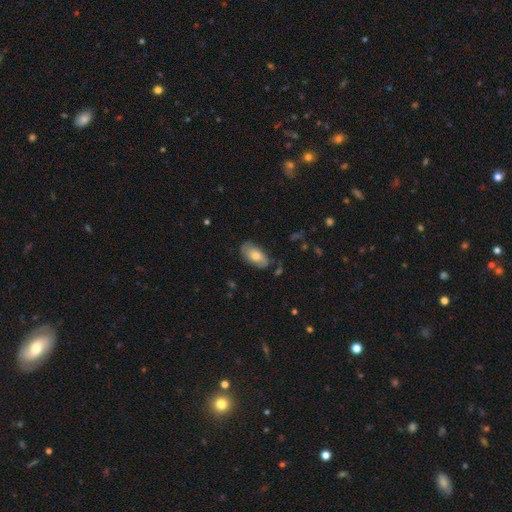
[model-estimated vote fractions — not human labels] A smooth galaxy with no disk features (68%) that is in between round and cigar-shaped (93%). Merging: none (71%).